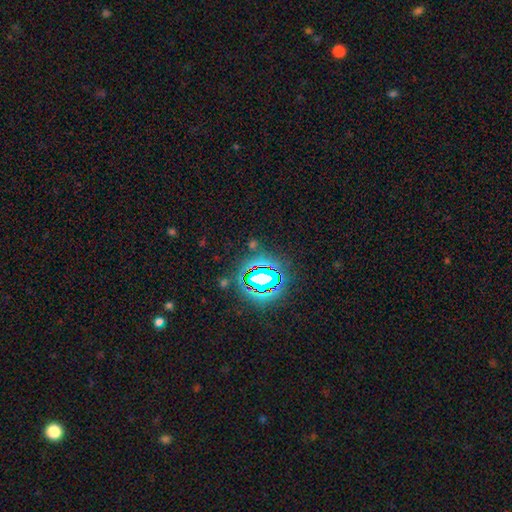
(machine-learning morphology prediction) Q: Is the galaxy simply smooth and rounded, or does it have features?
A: star or artifact — 81%.